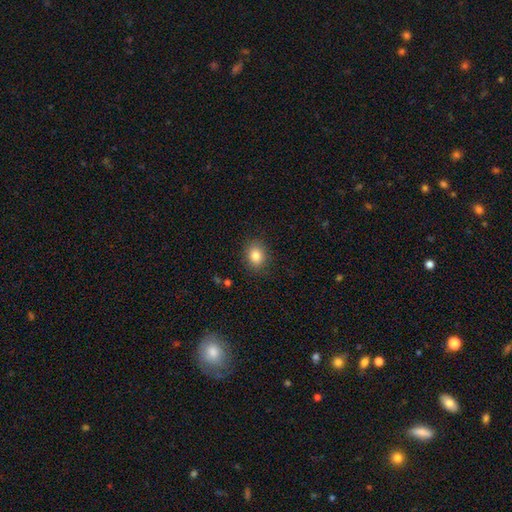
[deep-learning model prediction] This appears to be a smooth galaxy with no disk features (84%) that is in between round and cigar-shaped (50%). Merging: none (86%).